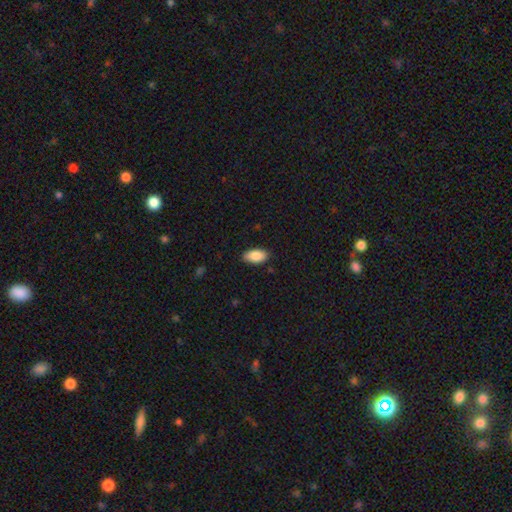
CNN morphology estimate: Smooth or featured?
  - smooth: 88% *
  - star or artifact: 6%
  - featured or disk: 6%
How rounded?
  - in between: 94% *
  - cigar-shaped: 4%
  - round: 3%
Merging?
  - none: 86% *
  - minor disturbance: 11%
  - major disturbance: 2%
  - merger: 1%